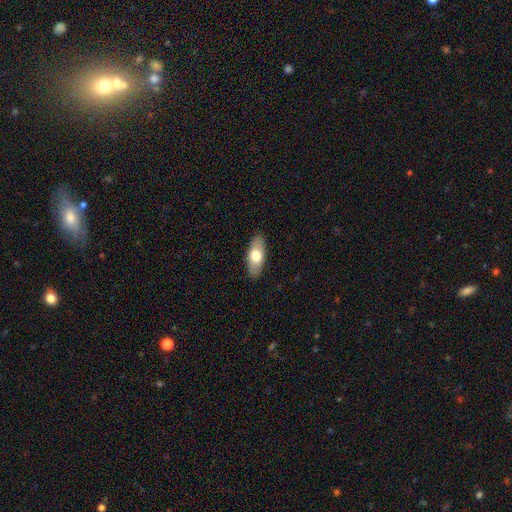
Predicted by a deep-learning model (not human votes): A smooth galaxy with no disk features (68%) that is in between round and cigar-shaped (84%). Merging: none (88%).